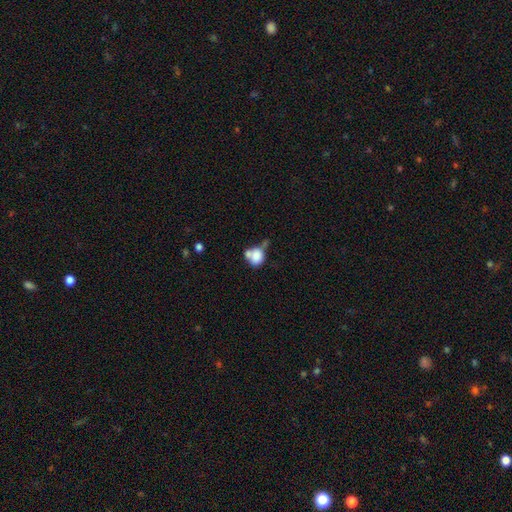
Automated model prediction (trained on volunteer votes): Smooth or featured? Predicted: smooth (p=0.76). How rounded? Predicted: round (p=0.53). Merging? Predicted: merger (p=0.46).